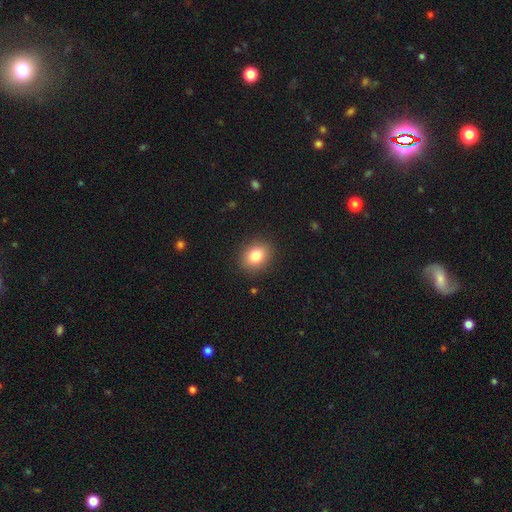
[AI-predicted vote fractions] Overall: smooth (83%). How rounded: in between (52%; round 47%). Merging: none (89%).